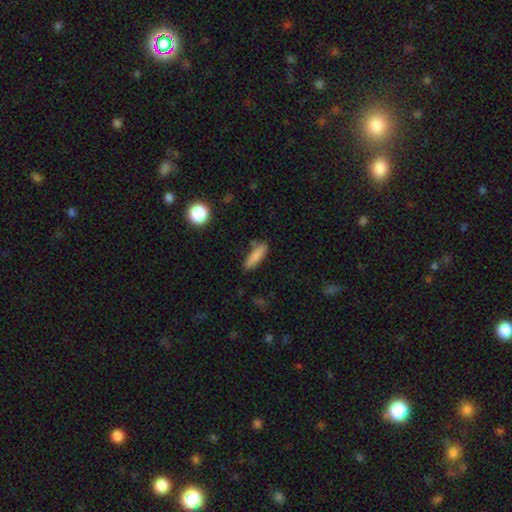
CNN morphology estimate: smooth_or_featured: smooth (p=0.83) [alt: featured or disk p=0.10]
how_rounded: cigar-shaped (p=0.67) [alt: in between p=0.31]
merging: none (p=0.74) [alt: minor disturbance p=0.17]